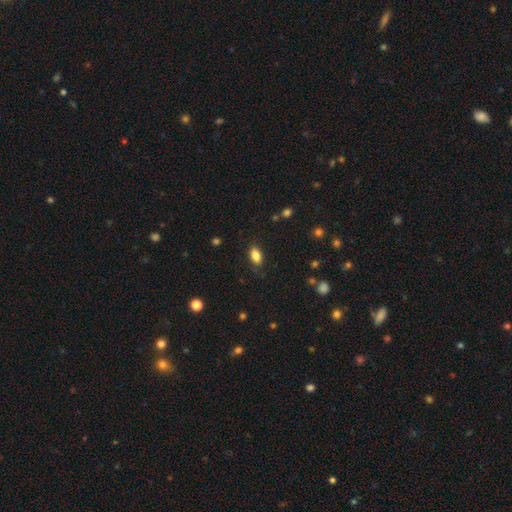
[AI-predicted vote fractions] Morphology: type=smooth (85%); roundness=in between (90%); merging=none (84%).